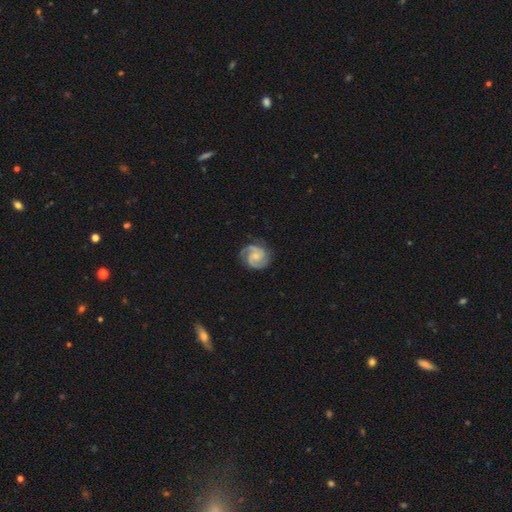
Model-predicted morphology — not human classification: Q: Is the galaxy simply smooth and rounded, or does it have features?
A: featured or disk — 88%.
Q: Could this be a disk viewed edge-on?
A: no — 98%.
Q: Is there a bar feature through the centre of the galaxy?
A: no — 61%.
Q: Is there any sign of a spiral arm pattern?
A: yes — 98%.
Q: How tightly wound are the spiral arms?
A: tight — 49%.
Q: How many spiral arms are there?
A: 2 — 76%.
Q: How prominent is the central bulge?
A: small — 61%.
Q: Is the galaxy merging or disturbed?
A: none — 80%.